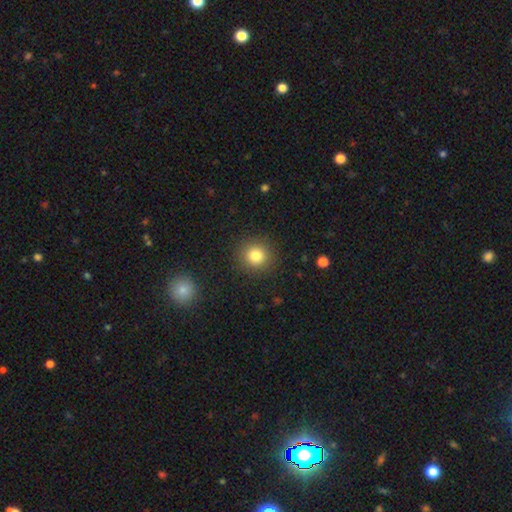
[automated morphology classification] This appears to be a smooth galaxy with no disk features (82%) that is round (92%). Merging: none (90%).